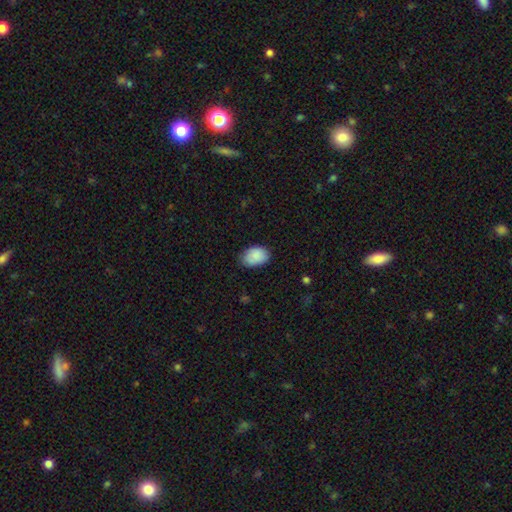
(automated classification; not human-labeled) Smooth or featured: smooth — 88% (star or artifact — 7%)
How rounded: in between — 85% (round — 14%)
Merging: none — 76% (minor disturbance — 20%)